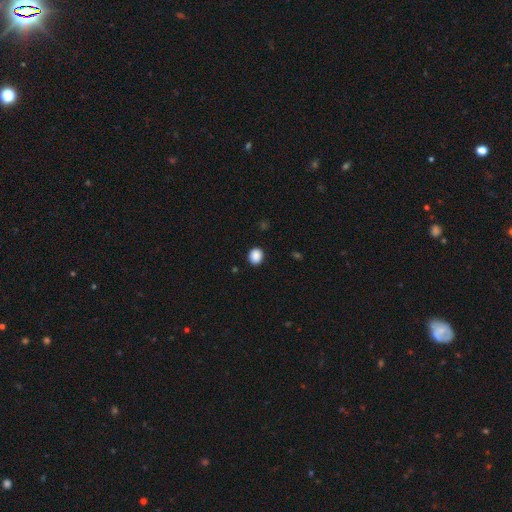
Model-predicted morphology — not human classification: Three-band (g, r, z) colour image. It shows a smooth galaxy with no disk features (89%) that is round (72%). Merging: none (91%).